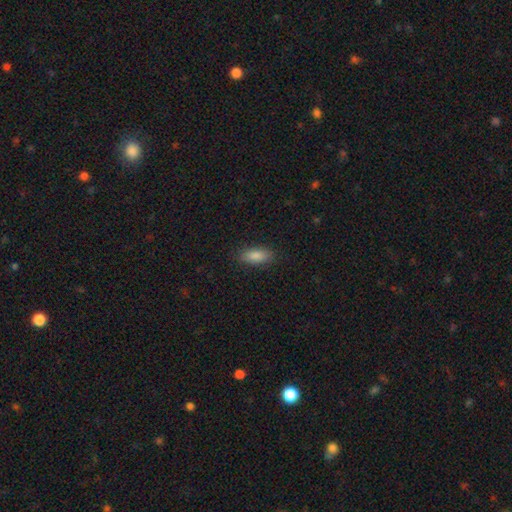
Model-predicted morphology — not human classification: Q: Smooth or featured?
A: smooth (85%); runner-up: star or artifact (8%)
Q: How rounded?
A: in between (77%); runner-up: cigar-shaped (20%)
Q: Merging?
A: none (88%); runner-up: minor disturbance (9%)